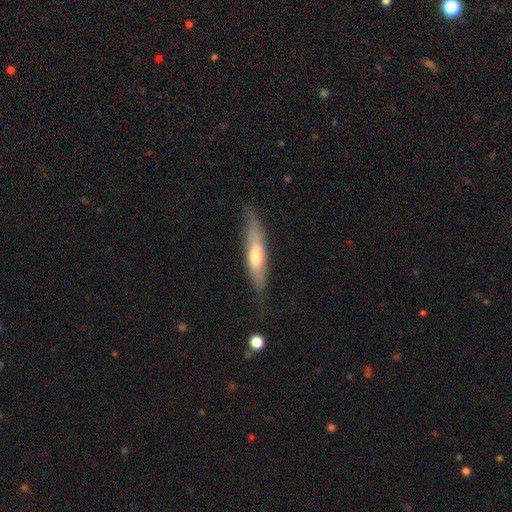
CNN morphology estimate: Smooth or featured? Predicted: smooth (p=0.60). How rounded? Predicted: cigar-shaped (p=0.77). Merging? Predicted: none (p=0.72).